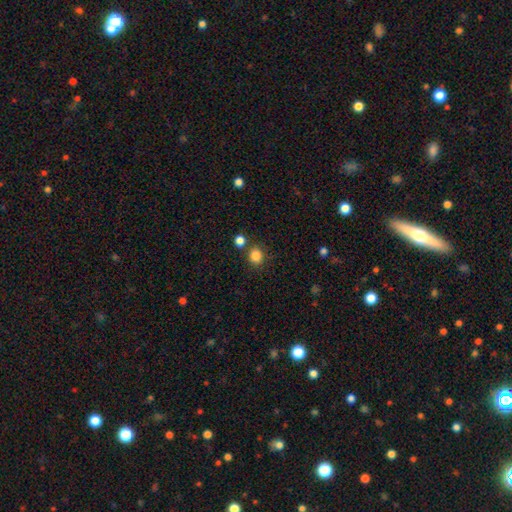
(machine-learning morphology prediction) type=smooth (85%); roundness=round (74%); merging=none (78%).